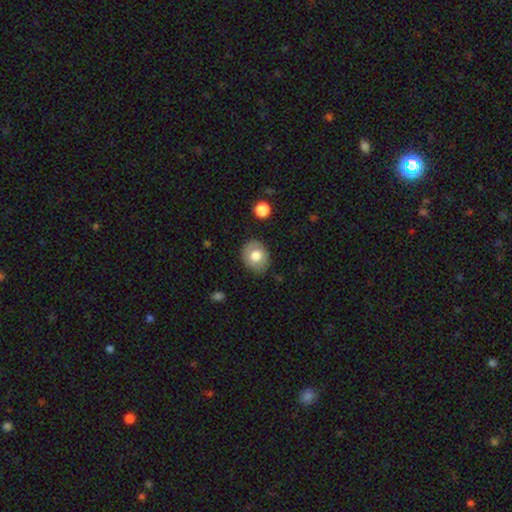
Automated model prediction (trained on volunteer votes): This is likely a smooth galaxy (72%). How rounded: possibly round (54%). Merging: clearly none (83%).